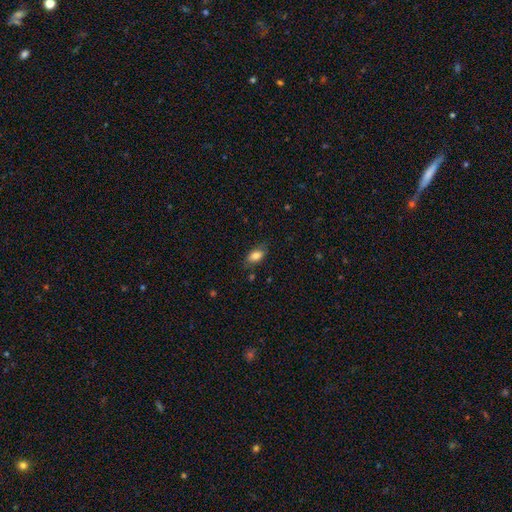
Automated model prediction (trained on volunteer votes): Morphology: type=smooth (83%); roundness=in between (89%); merging=none (78%).